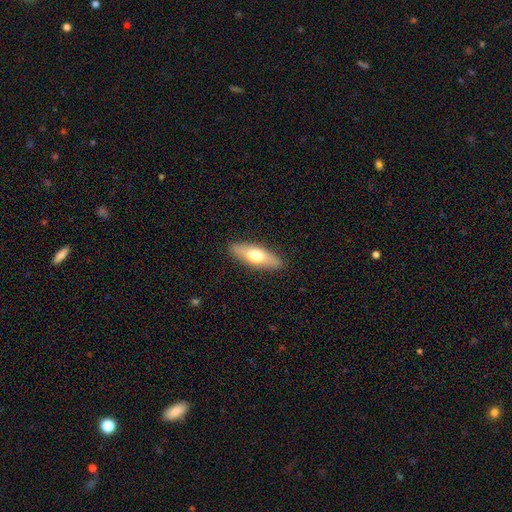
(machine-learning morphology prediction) This appears to be a smooth galaxy with no disk features (61%) that is in between round and cigar-shaped (57%). Merging: none (89%).